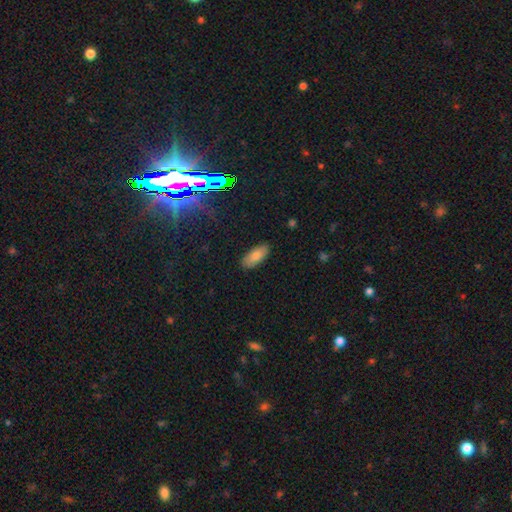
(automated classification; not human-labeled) Q: Smooth or featured?
A: smooth (83%); runner-up: featured or disk (10%)
Q: How rounded?
A: in between (85%); runner-up: cigar-shaped (14%)
Q: Merging?
A: none (86%); runner-up: minor disturbance (11%)